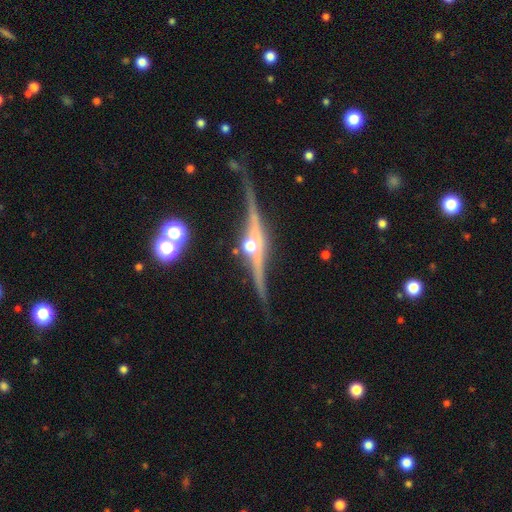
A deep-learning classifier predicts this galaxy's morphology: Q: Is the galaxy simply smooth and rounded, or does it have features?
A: featured or disk — 88%.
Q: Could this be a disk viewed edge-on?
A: yes — 95%.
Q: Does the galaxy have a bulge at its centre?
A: rounded — 91%.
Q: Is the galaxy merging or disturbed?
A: none — 76%.